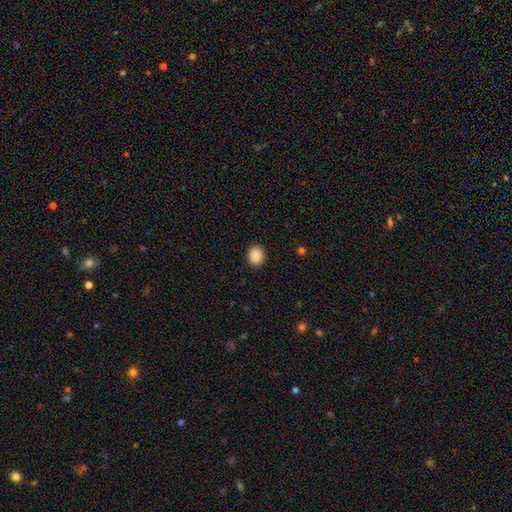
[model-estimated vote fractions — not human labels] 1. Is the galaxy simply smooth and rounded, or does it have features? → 89% smooth, 9% star or artifact, 3% featured or disk.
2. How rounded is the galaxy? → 65% round, 34% in between, 1% cigar-shaped.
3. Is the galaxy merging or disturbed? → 91% none, 6% minor disturbance, 2% major disturbance, 1% merger.